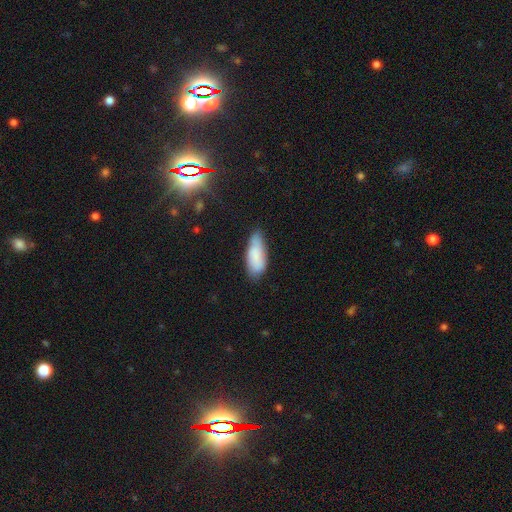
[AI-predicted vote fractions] A smooth galaxy with no disk features (78%) that is in between round and cigar-shaped (78%).

Vote fractions:
- Smooth or featured? smooth: 78% / featured or disk: 15% / star or artifact: 7%
- How rounded? in between: 78% / cigar-shaped: 21% / round: 2%
- Merging? none: 65% / minor disturbance: 28% / major disturbance: 5% / merger: 2%